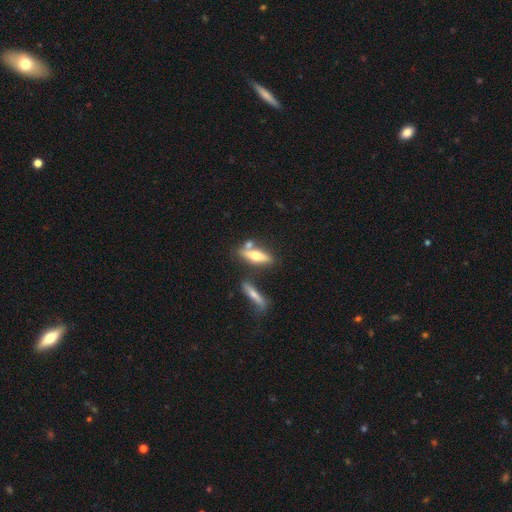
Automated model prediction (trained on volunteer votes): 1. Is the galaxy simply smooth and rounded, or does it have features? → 50% smooth, 44% featured or disk, 7% star or artifact.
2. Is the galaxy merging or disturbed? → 58% none, 24% merger, 13% minor disturbance, 5% major disturbance.